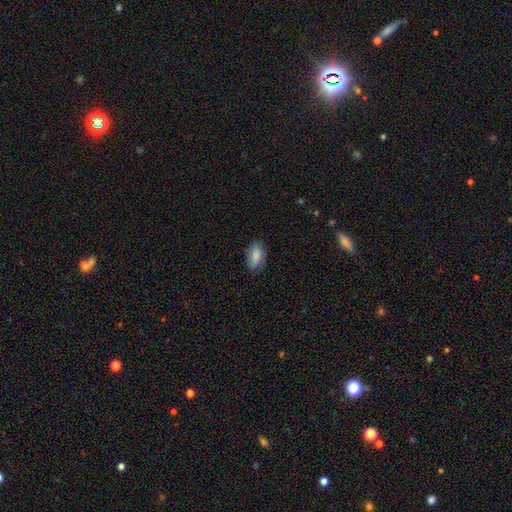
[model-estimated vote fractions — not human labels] The model was most divided on "merging": none: 79%, minor disturbance: 16%, major disturbance: 3%, merger: 1%. More confident: how rounded — in between (91%); smooth or featured — smooth (83%).